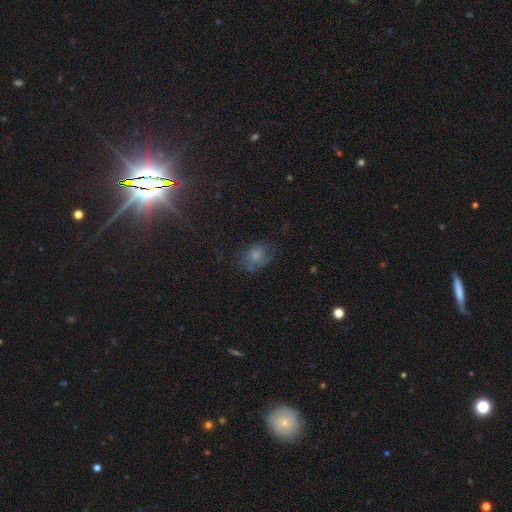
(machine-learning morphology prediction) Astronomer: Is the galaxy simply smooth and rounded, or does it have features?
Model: smooth — 60%.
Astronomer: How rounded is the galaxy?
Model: round — 52% (runner-up: in between, 47%).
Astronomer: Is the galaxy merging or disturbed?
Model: none — 51%.